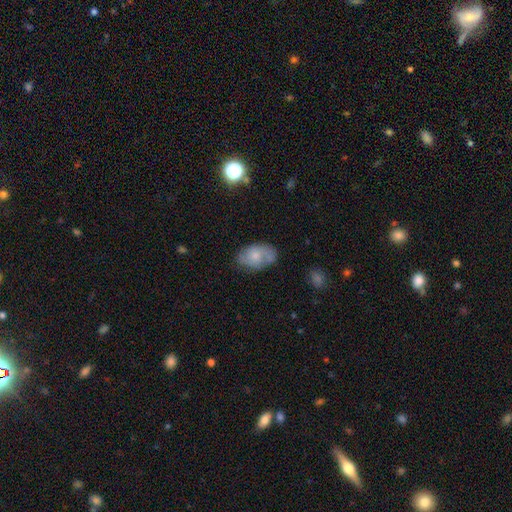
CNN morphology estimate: This appears to be a smooth galaxy with no disk features (58%) that is in between round and cigar-shaped (88%). Merging: none (56%).